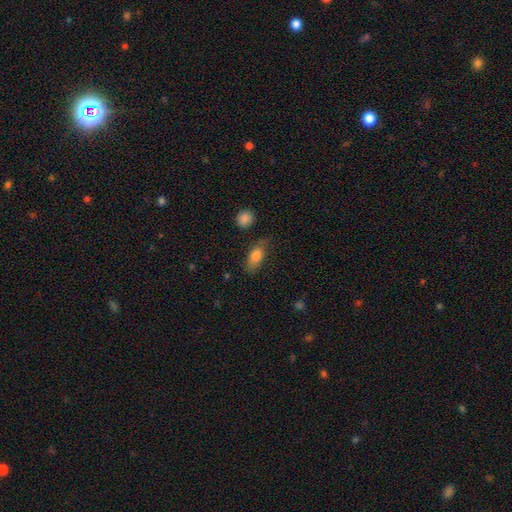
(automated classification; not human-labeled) Smooth or featured? smooth (82%)
How rounded? in between (84%)
Merging? none (63%)